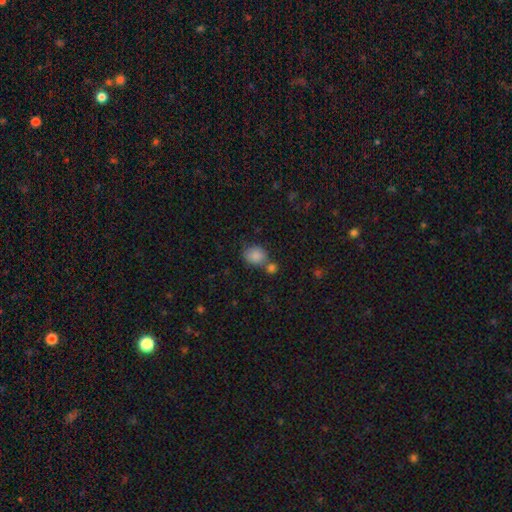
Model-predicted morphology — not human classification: A smooth galaxy with no disk features (85%) that is round (61%). Merging: none (54%).